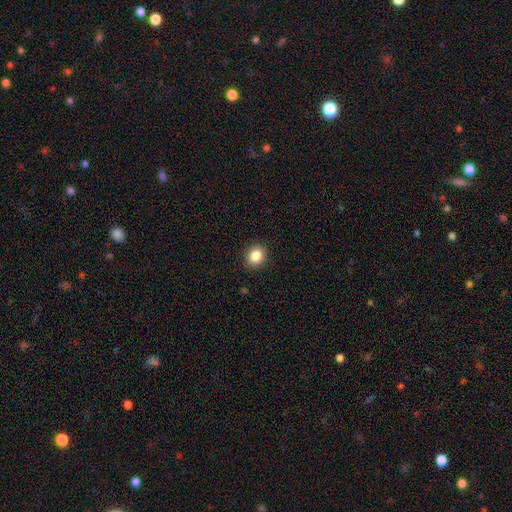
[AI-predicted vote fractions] This appears to be a smooth galaxy with no disk features (86%) that is round (69%). Merging: none (89%).